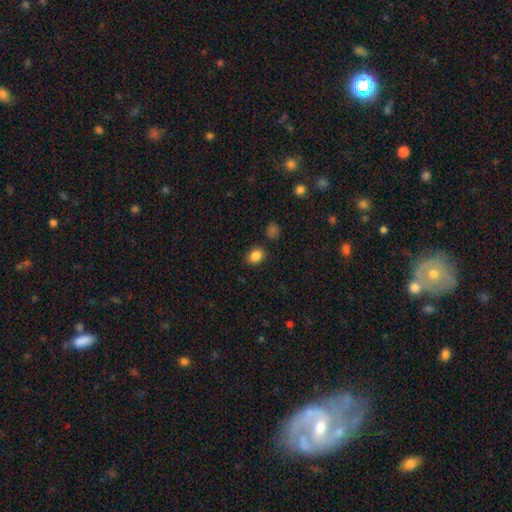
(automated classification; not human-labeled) The model was most divided on "how rounded": in between: 61%, round: 38%, cigar-shaped: 1%. More confident: smooth or featured — smooth (85%); merging — none (84%).